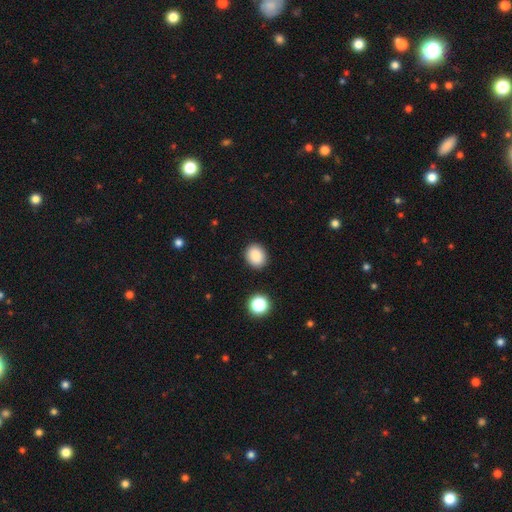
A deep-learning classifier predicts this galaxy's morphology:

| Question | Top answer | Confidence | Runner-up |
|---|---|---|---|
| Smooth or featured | smooth | 86% | star or artifact (9%) |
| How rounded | round | 59% | in between (40%) |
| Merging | none | 89% | minor disturbance (7%) |